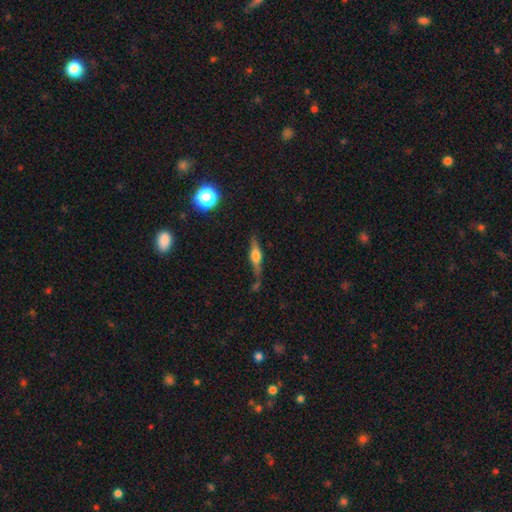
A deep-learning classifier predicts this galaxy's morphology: featured or disk 62%, smooth 30%, star or artifact 9%. Down the decision tree: edge-on disk — yes (94%); edge-on bulge — rounded (89%); merging — none (67%).